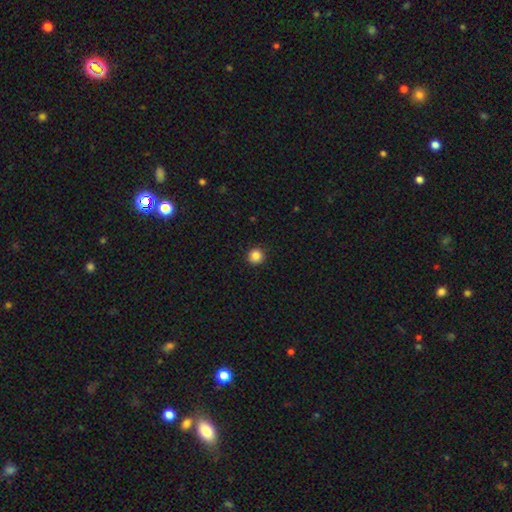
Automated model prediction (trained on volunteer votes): Overall: smooth (86%). How rounded: round (95%). Merging: none (92%).